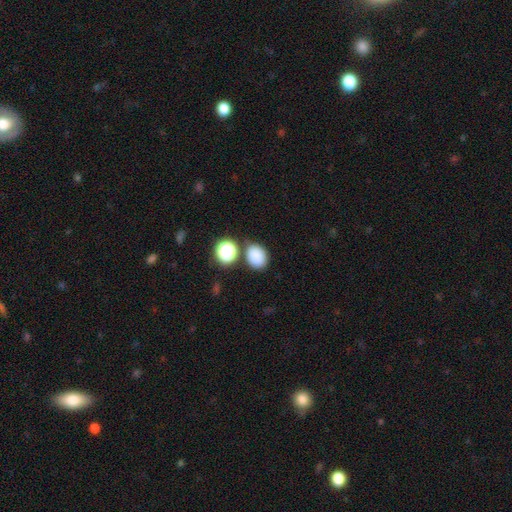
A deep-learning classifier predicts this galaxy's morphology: Smooth or featured?
  - smooth: 83% *
  - star or artifact: 12%
  - featured or disk: 5%
How rounded?
  - in between: 59% *
  - round: 40%
  - cigar-shaped: 1%
Merging?
  - none: 73% *
  - minor disturbance: 13%
  - merger: 10%
  - major disturbance: 4%